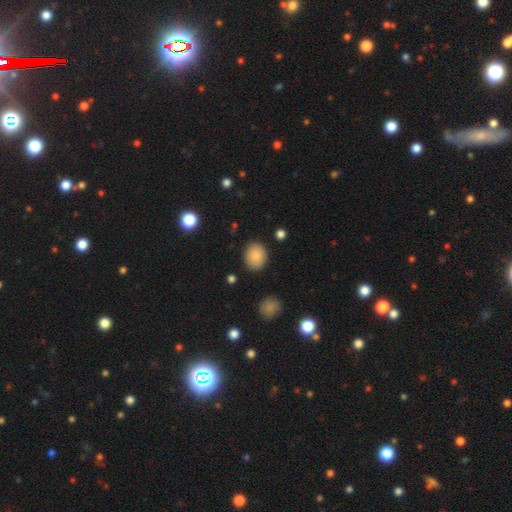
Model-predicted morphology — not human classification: A smooth galaxy with no disk features (85%) that is round (55%).

Vote fractions:
- Smooth or featured? smooth: 85% / star or artifact: 8% / featured or disk: 7%
- How rounded? round: 55% / in between: 44% / cigar-shaped: 1%
- Merging? none: 86% / minor disturbance: 10% / major disturbance: 3% / merger: 2%